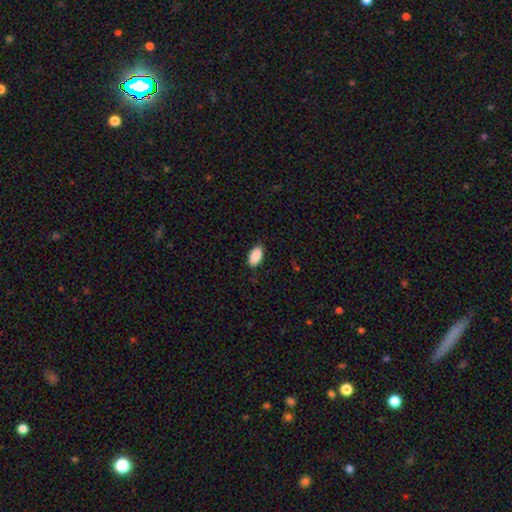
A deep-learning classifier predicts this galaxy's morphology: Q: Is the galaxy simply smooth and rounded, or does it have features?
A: smooth — 90%.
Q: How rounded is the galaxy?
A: in between — 94%.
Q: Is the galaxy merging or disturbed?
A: none — 86%.